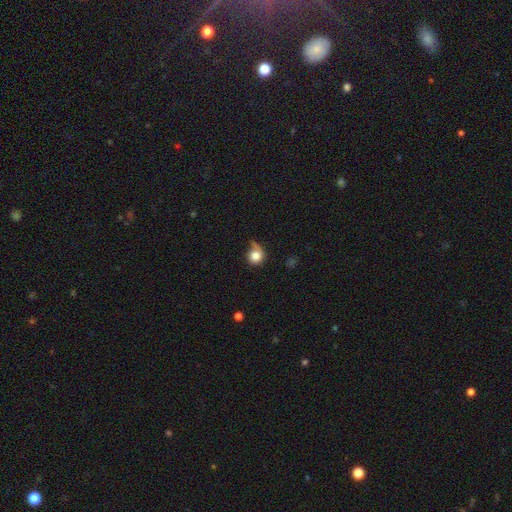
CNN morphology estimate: Smooth or featured? smooth (77%)
How rounded? round (86%)
Merging? none (43%)